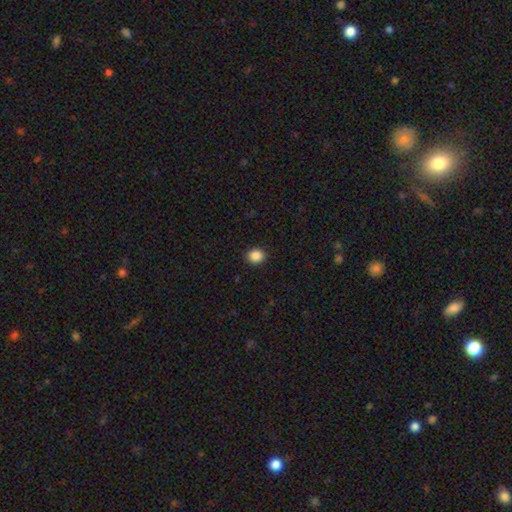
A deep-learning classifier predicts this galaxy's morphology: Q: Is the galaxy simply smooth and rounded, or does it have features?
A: smooth — 88%.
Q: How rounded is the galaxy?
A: round — 72%.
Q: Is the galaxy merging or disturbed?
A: none — 92%.